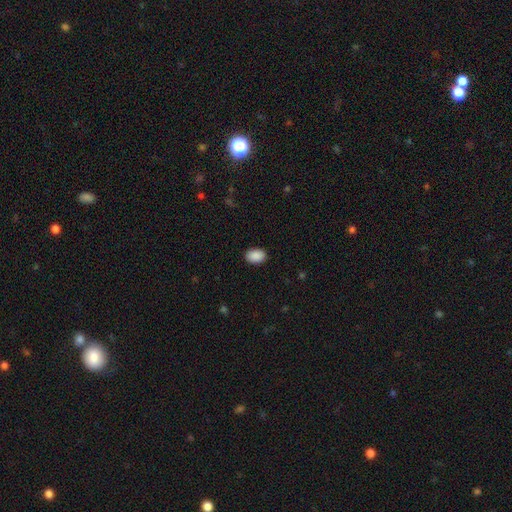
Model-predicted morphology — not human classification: smooth_or_featured: smooth (p=0.90) [alt: star or artifact p=0.07]
how_rounded: in between (p=0.83) [alt: round p=0.16]
merging: none (p=0.89) [alt: minor disturbance p=0.08]